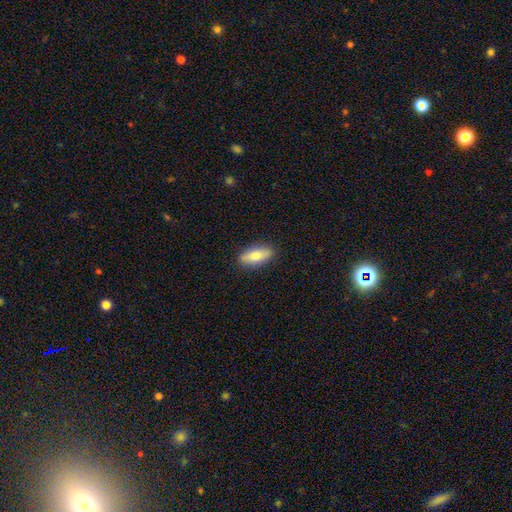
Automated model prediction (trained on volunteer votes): This is likely a smooth galaxy (73%). How rounded: likely in between (71%). Merging: clearly none (88%).